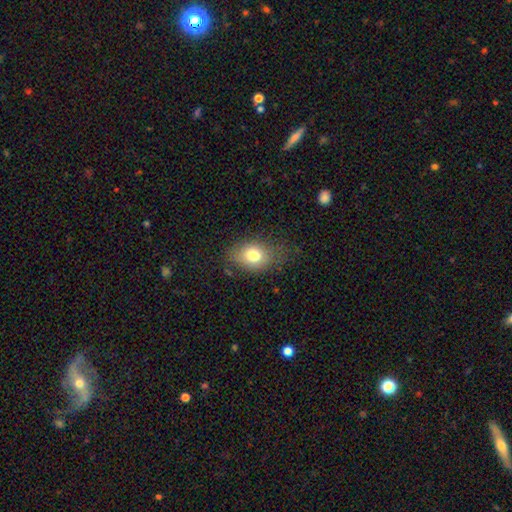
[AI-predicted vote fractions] This appears to be a smooth galaxy with no disk features (77%) that is in between round and cigar-shaped (72%). Merging: none (64%).